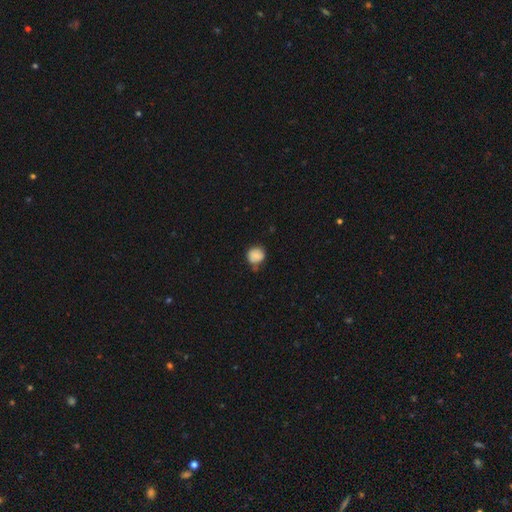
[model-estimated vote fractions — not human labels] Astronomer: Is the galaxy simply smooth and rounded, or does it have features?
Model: smooth — 78%.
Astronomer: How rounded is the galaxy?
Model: round — 83%.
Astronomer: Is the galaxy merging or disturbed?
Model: none — 64%.